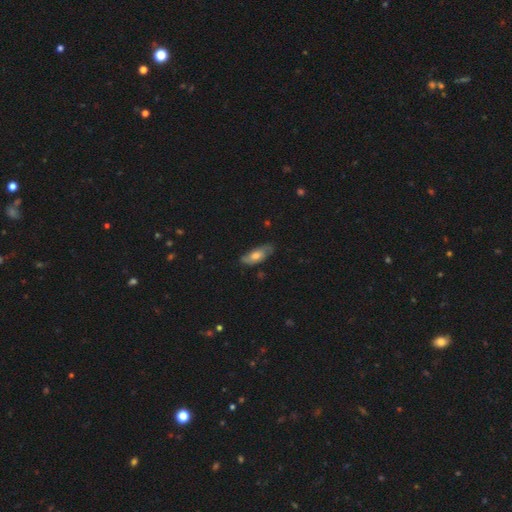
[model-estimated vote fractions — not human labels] The model was most divided on "smooth or featured": smooth: 50%, featured or disk: 43%, star or artifact: 7%. More confident: how rounded — in between (75%); merging — none (70%).